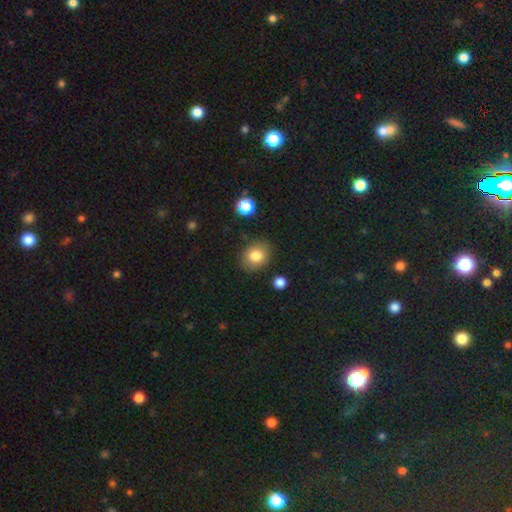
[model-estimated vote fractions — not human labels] smooth 82%, star or artifact 9%, featured or disk 8%. Down the decision tree: how rounded — round (58%); merging — none (83%).